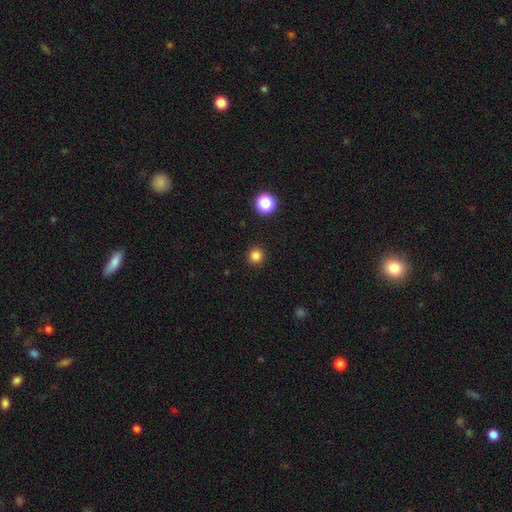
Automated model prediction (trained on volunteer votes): Smooth or featured? Predicted: smooth (p=0.83). How rounded? Predicted: round (p=0.95). Merging? Predicted: none (p=0.93).